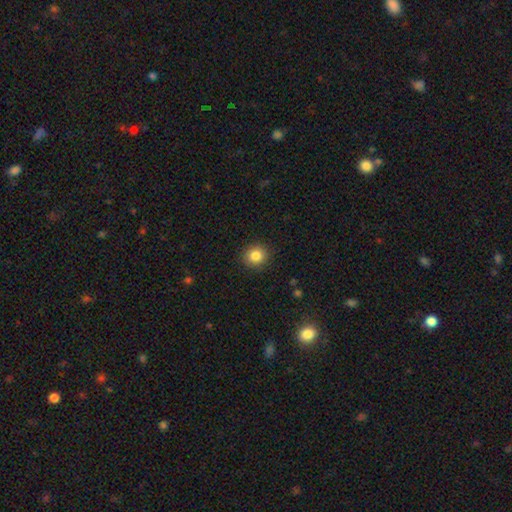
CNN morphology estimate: smooth-or-featured: smooth: 85% | star or artifact: 10% | featured or disk: 5%
  how-rounded: round: 87% | in between: 13% | cigar-shaped: 1%
  merging: none: 90% | minor disturbance: 7% | major disturbance: 2% | merger: 1%